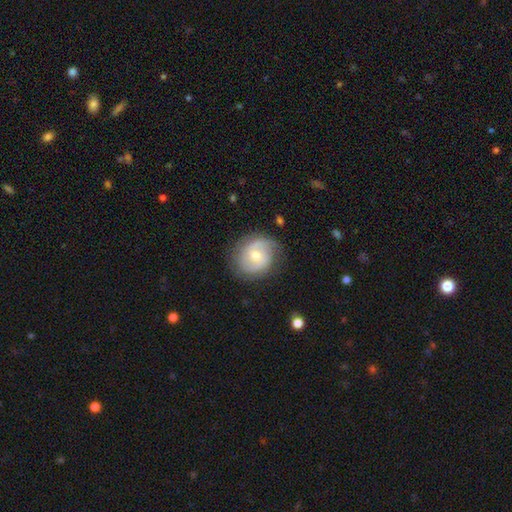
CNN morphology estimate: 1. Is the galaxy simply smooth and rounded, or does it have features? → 70% featured or disk, 23% smooth, 7% star or artifact.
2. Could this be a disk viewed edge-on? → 98% no, 2% yes.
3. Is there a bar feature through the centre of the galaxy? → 57% no, 36% weak, 7% strong.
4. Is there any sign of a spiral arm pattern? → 90% yes, 10% no.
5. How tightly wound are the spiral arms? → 45% medium, 35% tight, 21% loose.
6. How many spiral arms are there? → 71% 2, 13% can't tell, 7% 3, 5% 1, 2% 4, 2% more than 4.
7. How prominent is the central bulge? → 54% moderate, 41% small, 2% large, 1% none, 1% dominant.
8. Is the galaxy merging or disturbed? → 76% none, 16% minor disturbance, 6% major disturbance, 1% merger.